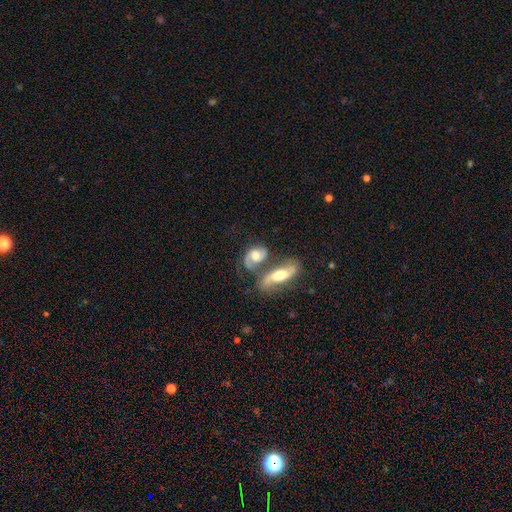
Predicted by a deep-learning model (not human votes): Smooth or featured: featured or disk — 70% (smooth — 24%)
Edge-on disk: no — 92% (yes — 8%)
Bar: no — 61% (weak — 30%)
Spiral arms: yes — 89% (no — 11%)
Spiral winding: medium — 49% (loose — 30%)
Spiral arm count: 2 — 84% (1 — 7%)
Bulge size: moderate — 60% (large — 28%)
Merging: merger — 43% (none — 33%)